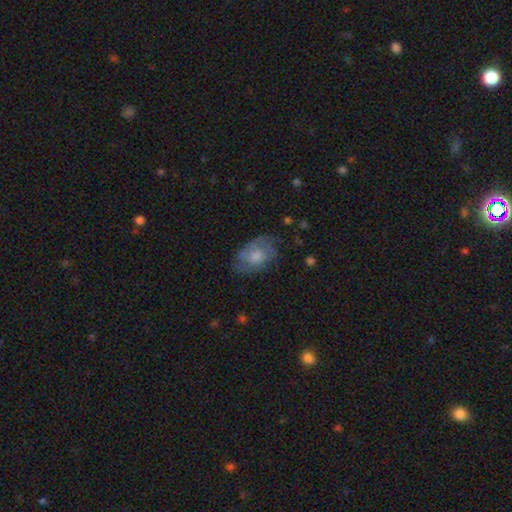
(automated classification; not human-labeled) Morphology: type=smooth (60%); roundness=in between (86%); merging=none (61%).